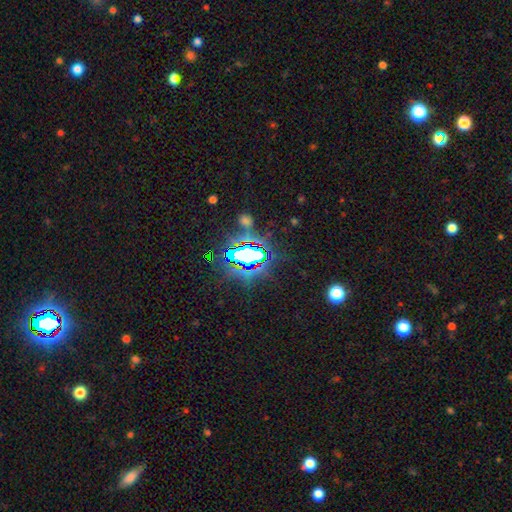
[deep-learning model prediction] Smooth or featured: star or artifact — 74% (smooth — 15%)